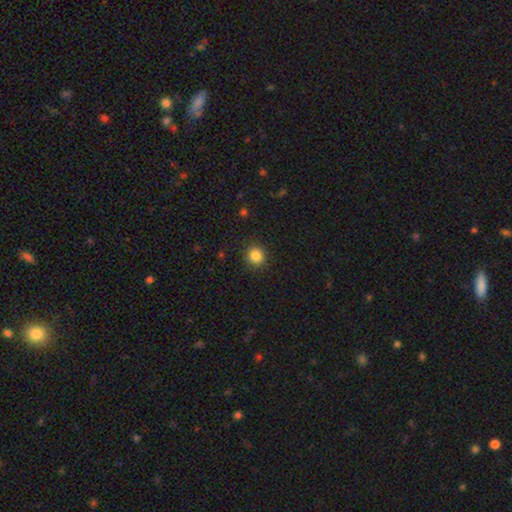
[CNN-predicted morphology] smooth-or-featured: smooth: 85% | star or artifact: 11% | featured or disk: 4%
  how-rounded: round: 87% | in between: 12% | cigar-shaped: 1%
  merging: none: 90% | minor disturbance: 7% | major disturbance: 2% | merger: 1%